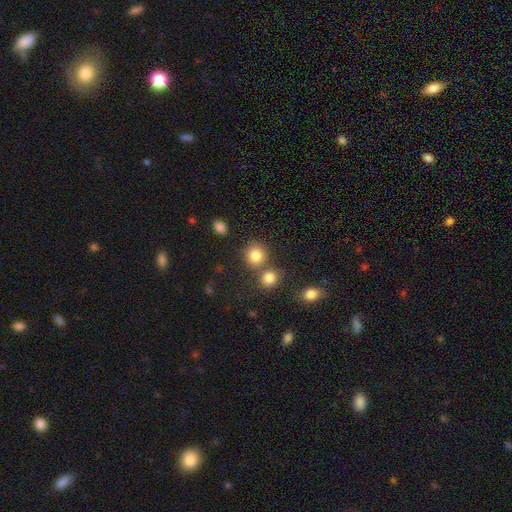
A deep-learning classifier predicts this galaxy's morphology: Smooth or featured? smooth (83%)
How rounded? round (88%)
Merging? none (68%)